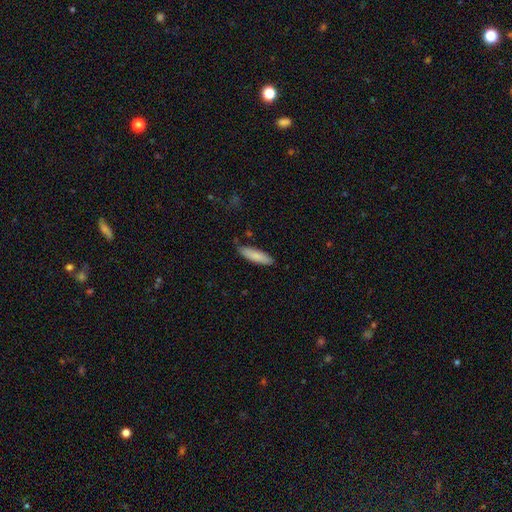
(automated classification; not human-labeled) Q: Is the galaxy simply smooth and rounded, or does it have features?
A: smooth — 84%.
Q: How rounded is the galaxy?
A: cigar-shaped — 60%.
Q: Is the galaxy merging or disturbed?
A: none — 82%.